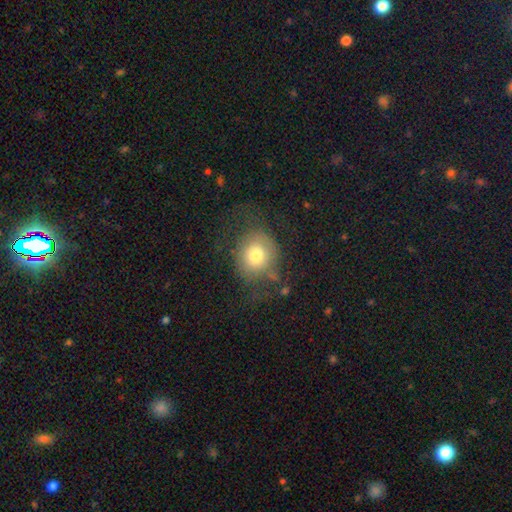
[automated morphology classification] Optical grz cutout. It shows a smooth galaxy with no disk features (69%) that is round (75%). Merging: none (55%).